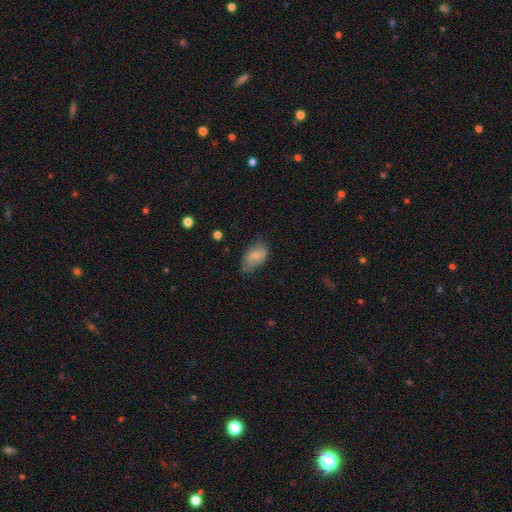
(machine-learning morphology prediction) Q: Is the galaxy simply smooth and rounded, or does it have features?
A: smooth — 73%.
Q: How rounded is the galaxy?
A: in between — 92%.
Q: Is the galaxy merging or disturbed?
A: none — 55%.